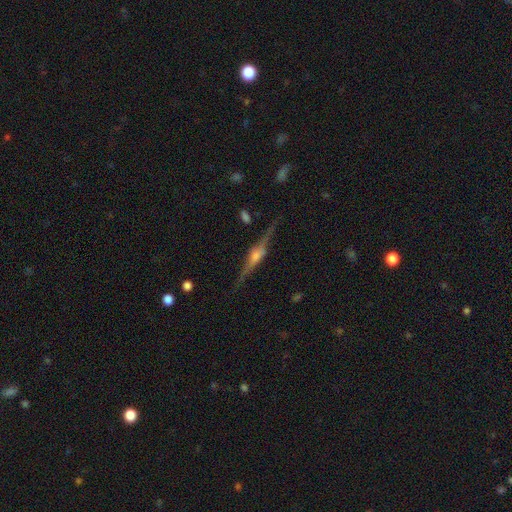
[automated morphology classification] smooth_or_featured: featured or disk (p=0.83) [alt: smooth p=0.10]
disk_edge_on: yes (p=0.97) [alt: no p=0.03]
edge_on_bulge: rounded (p=0.84) [alt: boxy p=0.12]
merging: none (p=0.84) [alt: minor disturbance p=0.12]